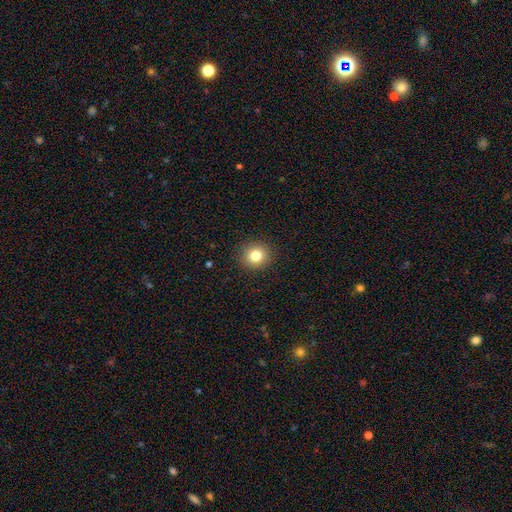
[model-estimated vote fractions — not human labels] Overall: smooth (81%). How rounded: round (87%). Merging: none (91%).